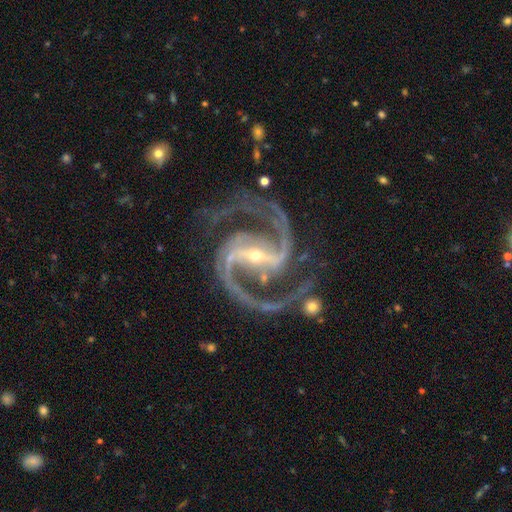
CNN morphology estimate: Q: Smooth or featured?
A: featured or disk (94%); runner-up: star or artifact (5%)
Q: Edge-on disk?
A: no (98%); runner-up: yes (2%)
Q: Bar?
A: strong (71%); runner-up: weak (21%)
Q: Spiral arms?
A: yes (99%); runner-up: no (1%)
Q: Spiral winding?
A: medium (66%); runner-up: tight (17%)
Q: Spiral arm count?
A: 2 (92%); runner-up: 3 (3%)
Q: Bulge size?
A: small (70%); runner-up: moderate (26%)
Q: Merging?
A: none (73%); runner-up: minor disturbance (14%)